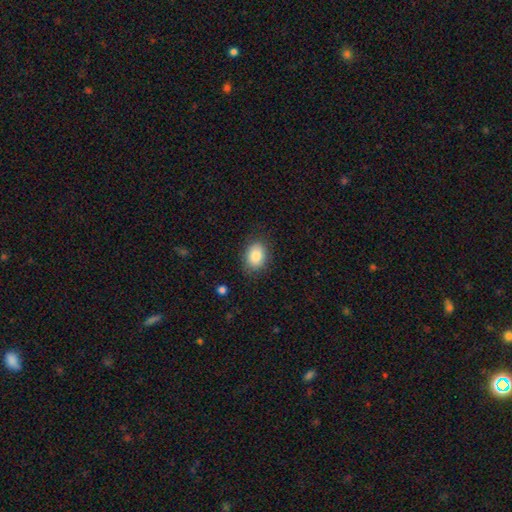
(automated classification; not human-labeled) This is clearly a smooth galaxy (86%). How rounded: likely in between (70%). Merging: clearly none (80%).